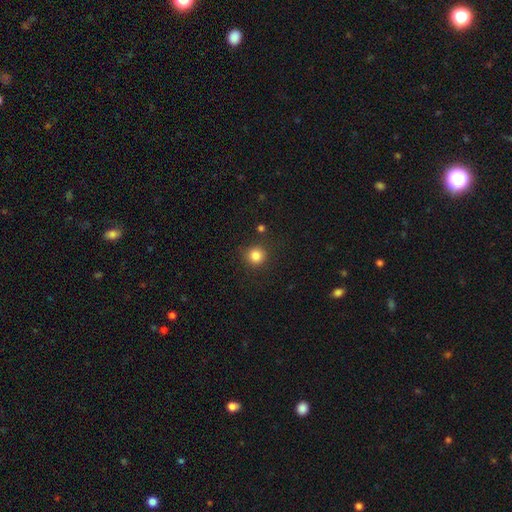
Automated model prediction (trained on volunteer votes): Morphology: type=smooth (84%); roundness=round (93%); merging=none (87%).